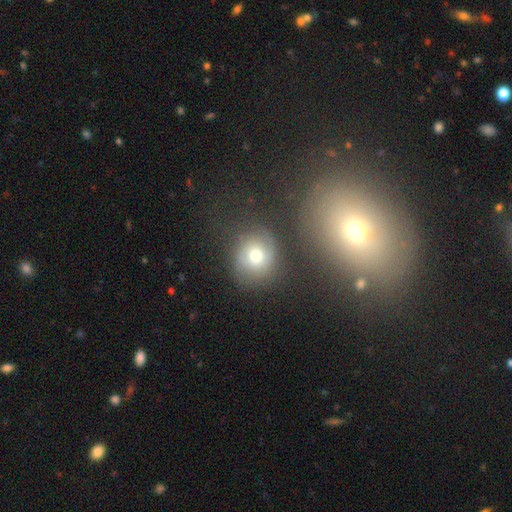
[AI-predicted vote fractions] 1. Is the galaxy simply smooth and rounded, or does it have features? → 60% smooth, 26% featured or disk, 14% star or artifact.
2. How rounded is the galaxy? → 76% round, 23% in between, 1% cigar-shaped.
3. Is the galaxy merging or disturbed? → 73% none, 15% minor disturbance, 7% major disturbance, 5% merger.